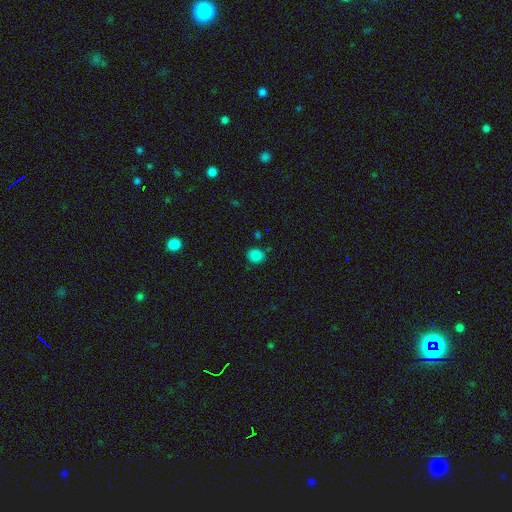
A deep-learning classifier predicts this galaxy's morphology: smooth_or_featured: smooth (p=0.84) [alt: star or artifact p=0.12]
how_rounded: round (p=0.78) [alt: in between p=0.21]
merging: none (p=0.83) [alt: minor disturbance p=0.11]